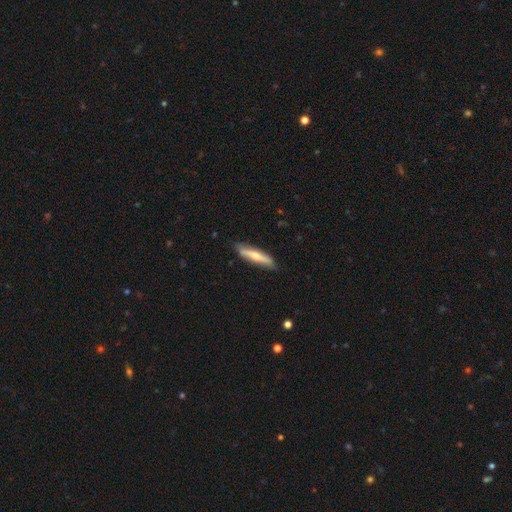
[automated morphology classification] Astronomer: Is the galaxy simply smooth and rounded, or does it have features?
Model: smooth — 51% (runner-up: featured or disk, 44%).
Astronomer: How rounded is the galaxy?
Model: cigar-shaped — 85%.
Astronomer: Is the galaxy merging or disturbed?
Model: none — 81%.